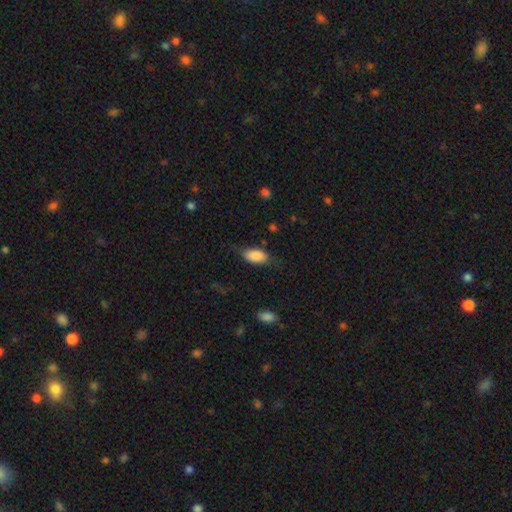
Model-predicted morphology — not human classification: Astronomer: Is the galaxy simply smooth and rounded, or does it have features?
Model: smooth — 84%.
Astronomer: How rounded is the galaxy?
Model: in between — 90%.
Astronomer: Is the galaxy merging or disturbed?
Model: none — 63%.